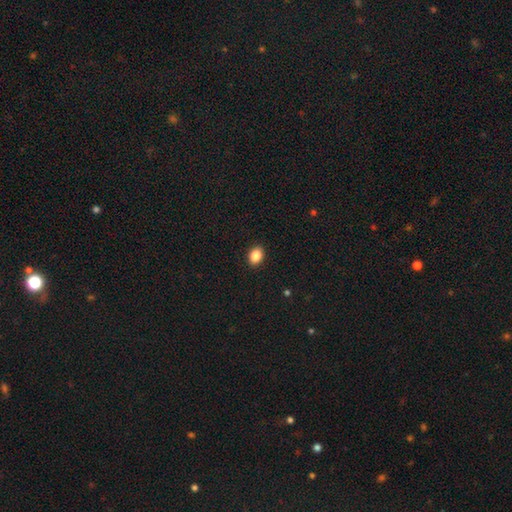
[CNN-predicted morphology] smooth-or-featured: smooth: 87% | star or artifact: 9% | featured or disk: 4%
  how-rounded: in between: 71% | round: 28% | cigar-shaped: 1%
  merging: none: 91% | minor disturbance: 6% | major disturbance: 2% | merger: 1%